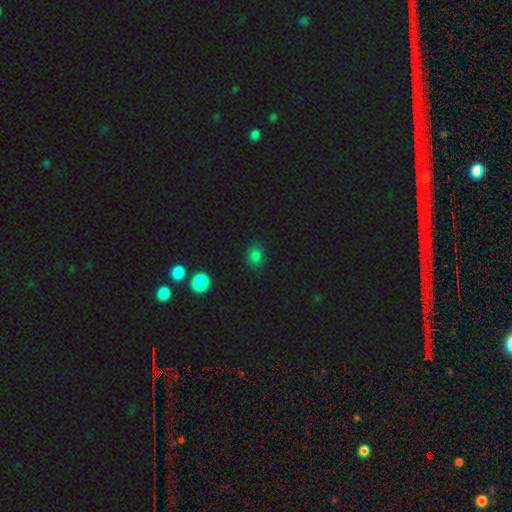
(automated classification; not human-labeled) Overall: smooth (81%). How rounded: in between (66%; round 33%). Merging: none (83%).